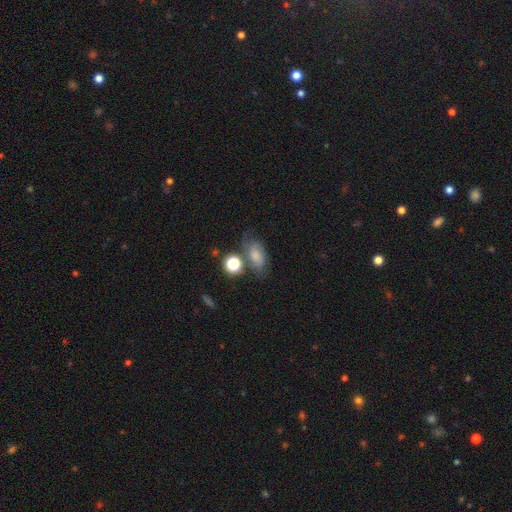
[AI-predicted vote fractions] Smooth or featured?
  - smooth: 66% *
  - featured or disk: 20%
  - star or artifact: 13%
How rounded?
  - in between: 81% *
  - round: 15%
  - cigar-shaped: 4%
Merging?
  - none: 53% *
  - minor disturbance: 23%
  - merger: 12%
  - major disturbance: 12%